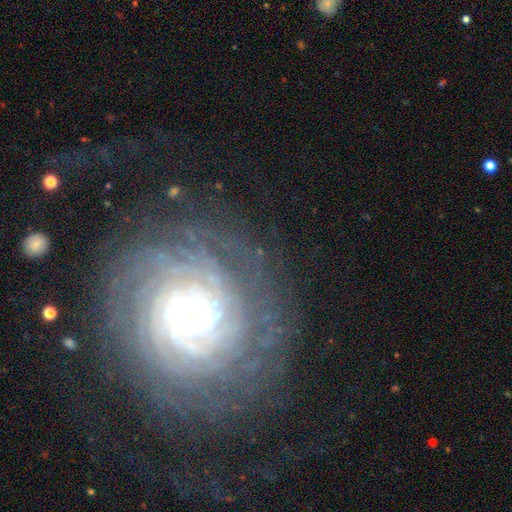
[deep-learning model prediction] featured or disk 83%, smooth 9%, star or artifact 9%. Down the decision tree: edge-on disk — no (97%); bar — no (73%); spiral arms — yes (97%); spiral arm count — more than 4 (29%); spiral winding — tight (85%); bulge size — small (79%); merging — none (80%).